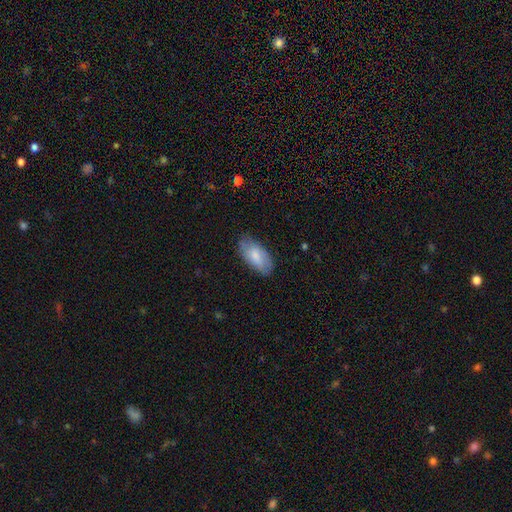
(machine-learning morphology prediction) A smooth galaxy with no disk features (76%) that is in between round and cigar-shaped (93%).

Vote fractions:
- Smooth or featured? smooth: 76% / featured or disk: 18% / star or artifact: 6%
- How rounded? in between: 93% / cigar-shaped: 5% / round: 2%
- Merging? none: 75% / minor disturbance: 20% / major disturbance: 4% / merger: 1%